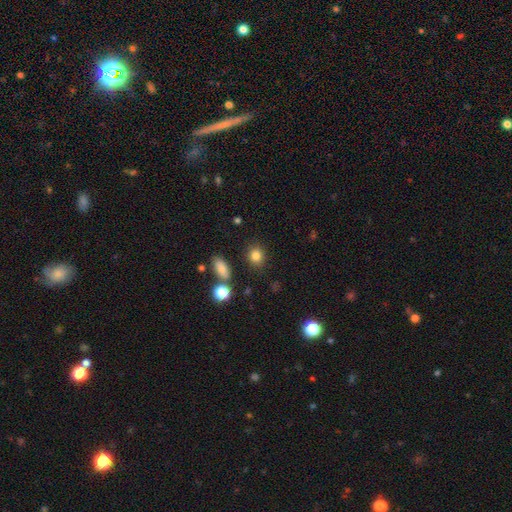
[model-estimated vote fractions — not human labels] This appears to be a smooth galaxy with no disk features (82%) that is round (64%). Merging: none (84%).